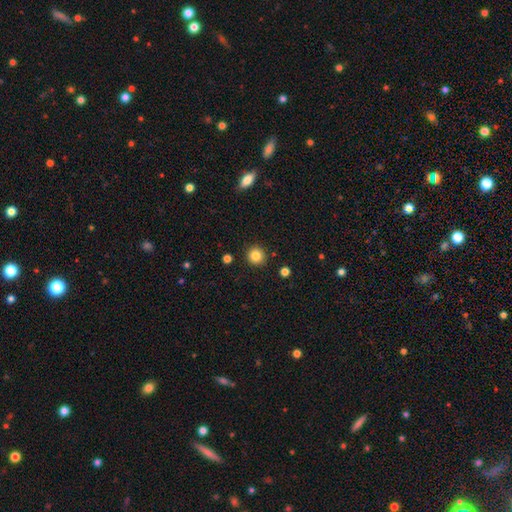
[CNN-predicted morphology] Q: Smooth or featured?
A: smooth (84%); runner-up: star or artifact (11%)
Q: How rounded?
A: round (93%); runner-up: in between (6%)
Q: Merging?
A: none (91%); runner-up: minor disturbance (6%)